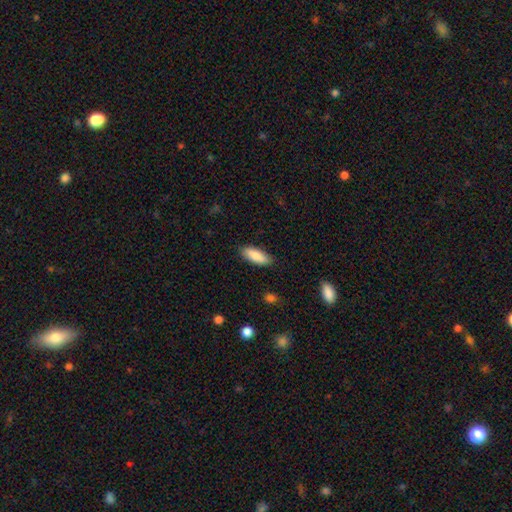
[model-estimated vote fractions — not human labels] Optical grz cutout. It shows a smooth galaxy with no disk features (85%) that is in between round and cigar-shaped (74%). Merging: none (86%).